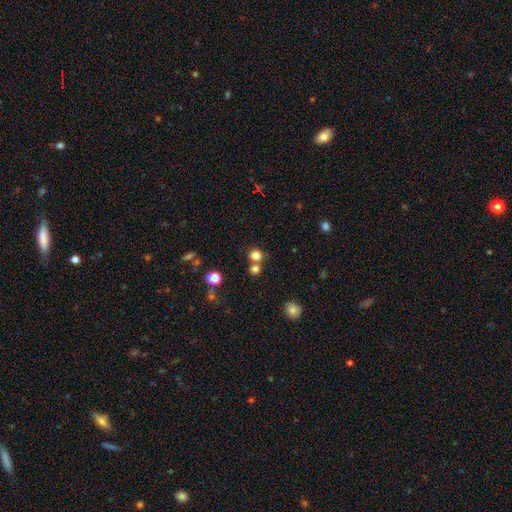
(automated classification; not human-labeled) smooth-or-featured: smooth: 79% | star or artifact: 14% | featured or disk: 6%
  how-rounded: round: 74% | in between: 25% | cigar-shaped: 1%
  merging: none: 57% | merger: 31% | minor disturbance: 8% | major disturbance: 4%